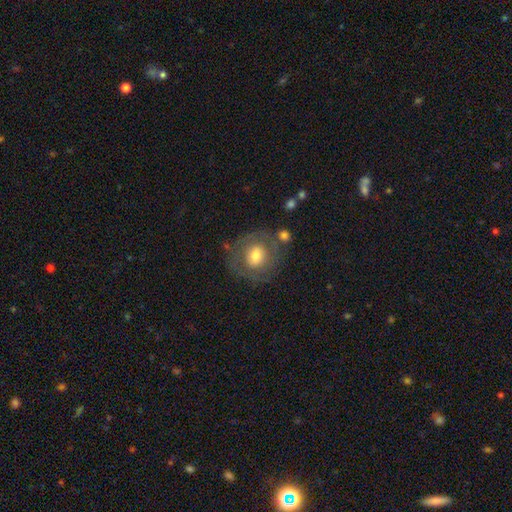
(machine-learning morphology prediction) This is possibly a smooth galaxy (56%). How rounded: clearly round (80%). Merging: likely none (67%).